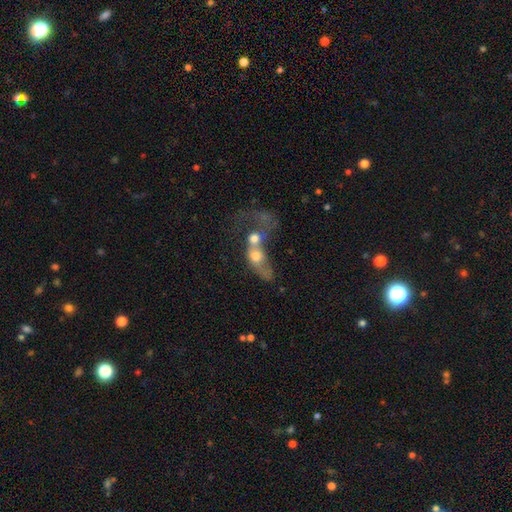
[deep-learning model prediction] Smooth or featured? Predicted: smooth (p=0.50). How rounded? Predicted: in between (p=0.53). Merging? Predicted: merger (p=0.77).